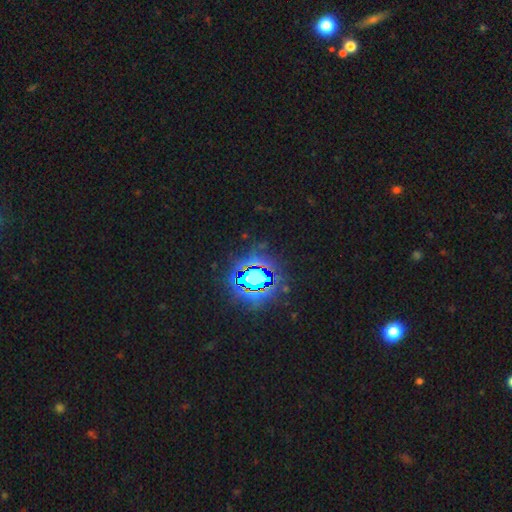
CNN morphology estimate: This appears to be a star or artifact, not a galaxy (84%).